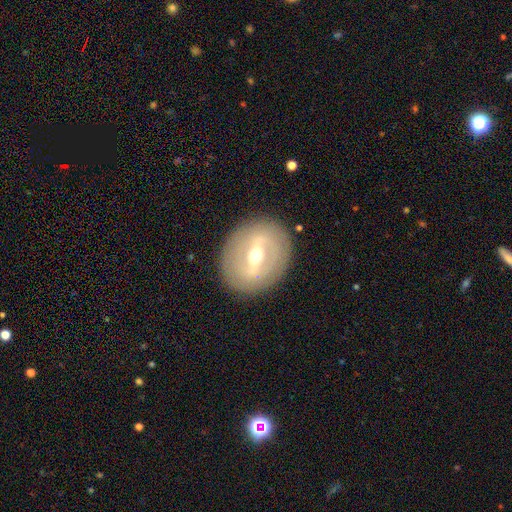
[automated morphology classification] Q: Smooth or featured?
A: featured or disk (73%); runner-up: smooth (20%)
Q: Edge-on disk?
A: no (86%); runner-up: yes (14%)
Q: Bar?
A: strong (63%); runner-up: weak (28%)
Q: Spiral arms?
A: no (64%); runner-up: yes (36%)
Q: Bulge size?
A: moderate (67%); runner-up: small (27%)
Q: Merging?
A: none (87%); runner-up: minor disturbance (9%)